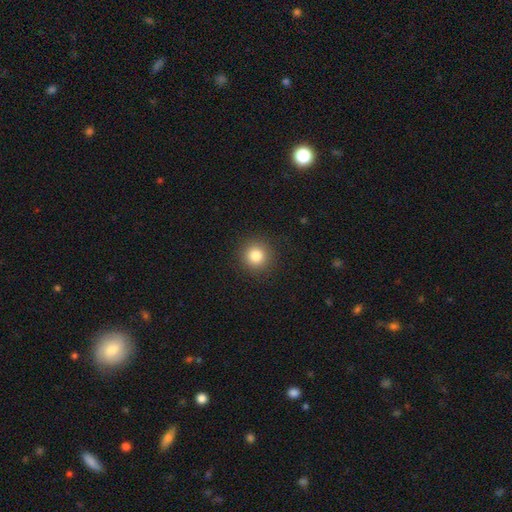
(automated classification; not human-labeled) Smooth or featured: smooth — 83% (star or artifact — 11%)
How rounded: round — 94% (in between — 5%)
Merging: none — 91% (minor disturbance — 5%)